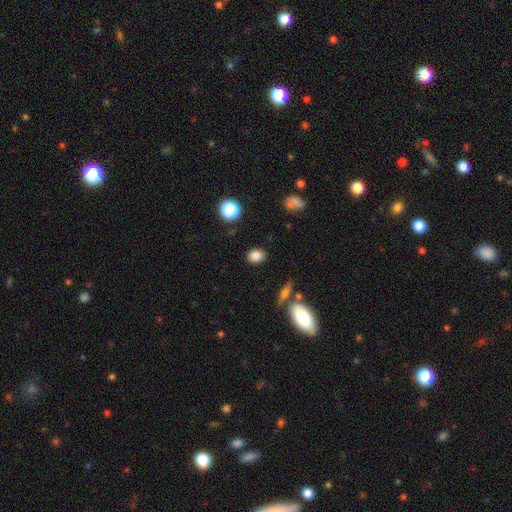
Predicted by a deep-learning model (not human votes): smooth-or-featured: smooth: 83% | star or artifact: 10% | featured or disk: 6%
  how-rounded: round: 53% | in between: 46% | cigar-shaped: 2%
  merging: none: 87% | minor disturbance: 8% | major disturbance: 3% | merger: 2%